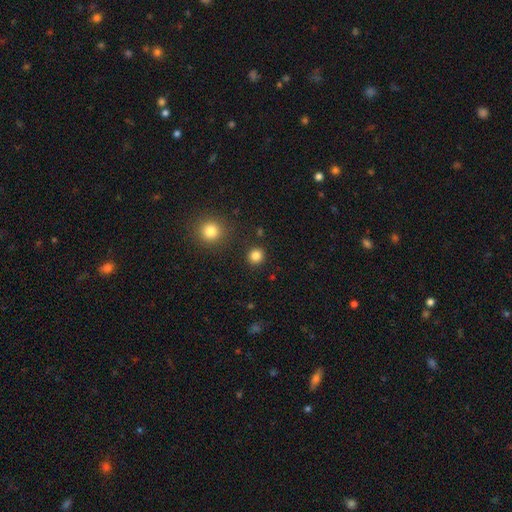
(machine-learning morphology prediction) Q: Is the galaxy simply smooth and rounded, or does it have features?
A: smooth — 83%.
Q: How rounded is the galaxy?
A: round — 92%.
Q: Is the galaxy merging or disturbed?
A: none — 90%.